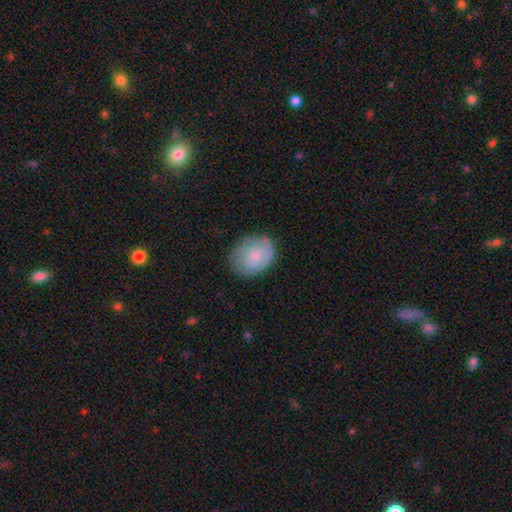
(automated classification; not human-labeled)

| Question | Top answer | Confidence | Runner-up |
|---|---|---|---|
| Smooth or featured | smooth | 74% | featured or disk (19%) |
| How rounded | in between | 62% | round (37%) |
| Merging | none | 71% | minor disturbance (22%) |